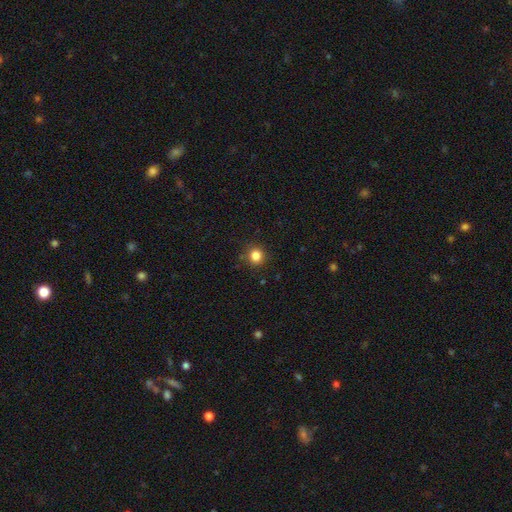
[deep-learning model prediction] smooth 83%, star or artifact 12%, featured or disk 5%. Down the decision tree: how rounded — round (92%); merging — none (88%).